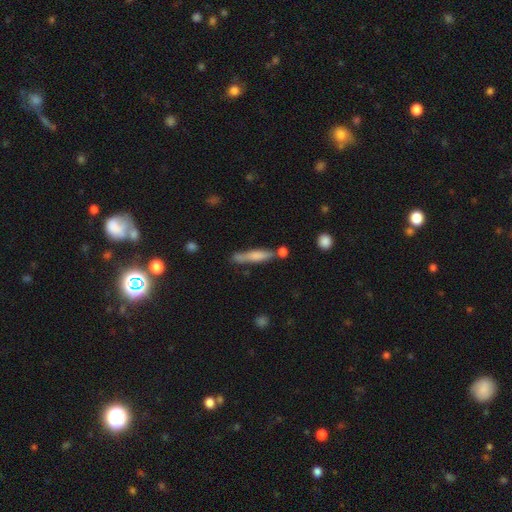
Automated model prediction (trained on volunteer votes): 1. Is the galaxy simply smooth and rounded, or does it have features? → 64% smooth, 30% featured or disk, 6% star or artifact.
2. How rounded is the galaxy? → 88% cigar-shaped, 10% in between, 2% round.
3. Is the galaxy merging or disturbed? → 64% none, 19% minor disturbance, 12% merger, 5% major disturbance.